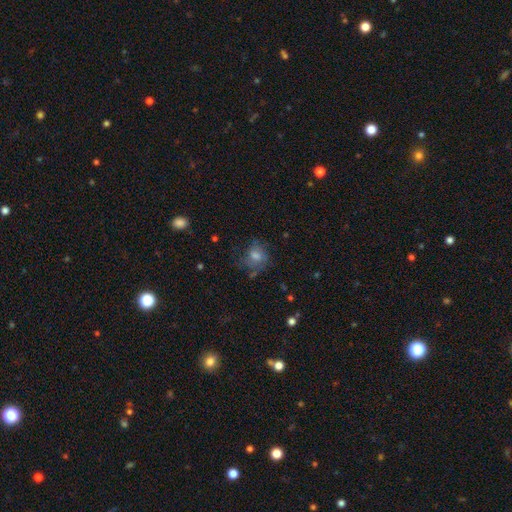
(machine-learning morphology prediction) Smooth or featured? smooth (54%)
How rounded? round (64%)
Merging? none (55%)